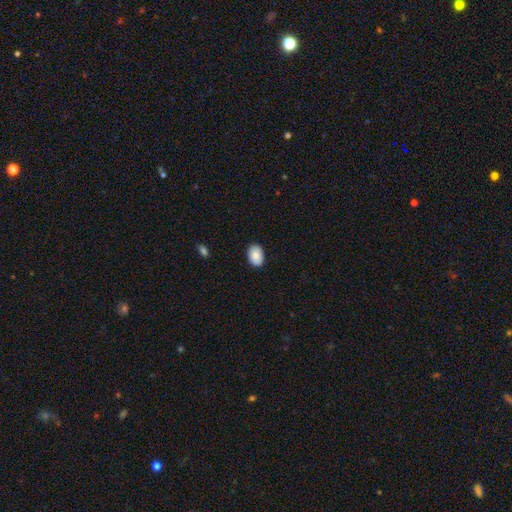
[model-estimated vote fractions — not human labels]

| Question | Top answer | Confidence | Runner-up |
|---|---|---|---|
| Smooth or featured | smooth | 87% | star or artifact (7%) |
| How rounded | in between | 82% | round (17%) |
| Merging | none | 87% | minor disturbance (10%) |